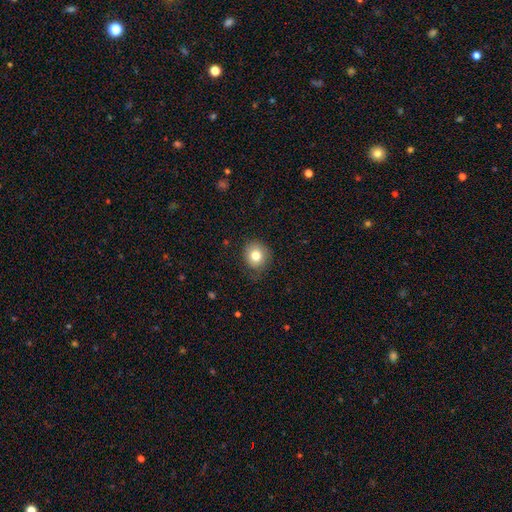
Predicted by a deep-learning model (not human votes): The model was most divided on "how rounded": round: 75%, in between: 24%, cigar-shaped: 1%. More confident: smooth or featured — smooth (78%); merging — none (72%).